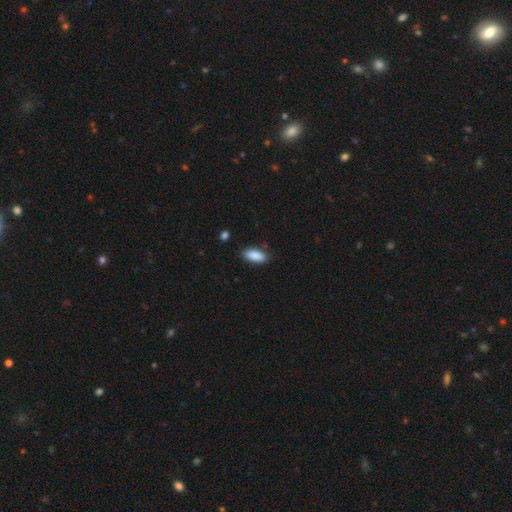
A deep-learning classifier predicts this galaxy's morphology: Q: Smooth or featured?
A: smooth (89%); runner-up: star or artifact (6%)
Q: How rounded?
A: in between (84%); runner-up: cigar-shaped (14%)
Q: Merging?
A: none (85%); runner-up: minor disturbance (11%)